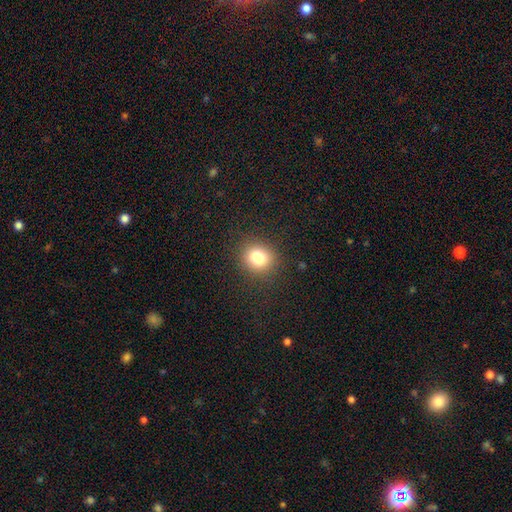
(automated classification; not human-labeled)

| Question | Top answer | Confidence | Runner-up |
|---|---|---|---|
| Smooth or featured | smooth | 79% | star or artifact (12%) |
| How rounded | round | 70% | in between (29%) |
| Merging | none | 76% | minor disturbance (13%) |